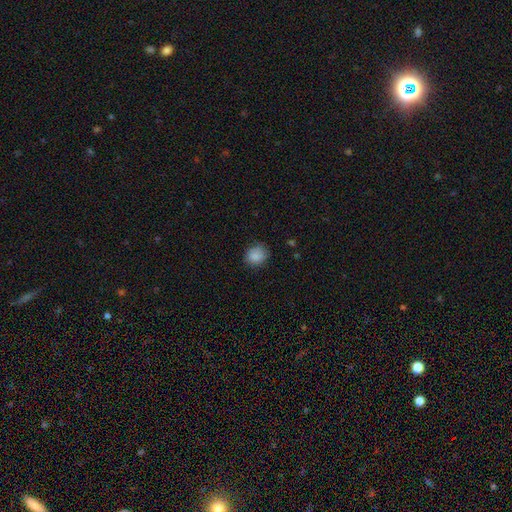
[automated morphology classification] Smooth or featured: smooth — 86% (star or artifact — 9%)
How rounded: round — 71% (in between — 29%)
Merging: none — 80% (minor disturbance — 16%)